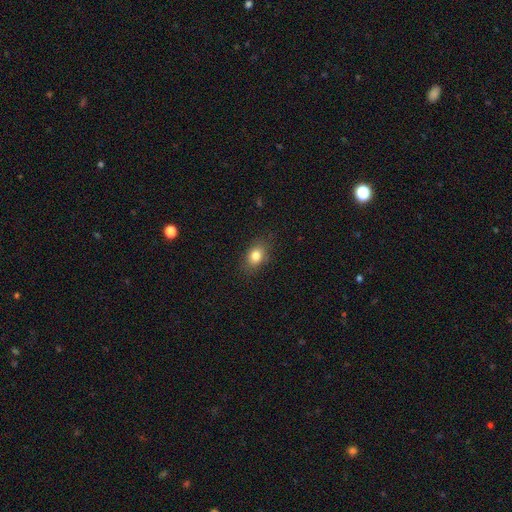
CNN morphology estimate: smooth 81%, star or artifact 10%, featured or disk 9%. Down the decision tree: how rounded — in between (72%); merging — none (81%).